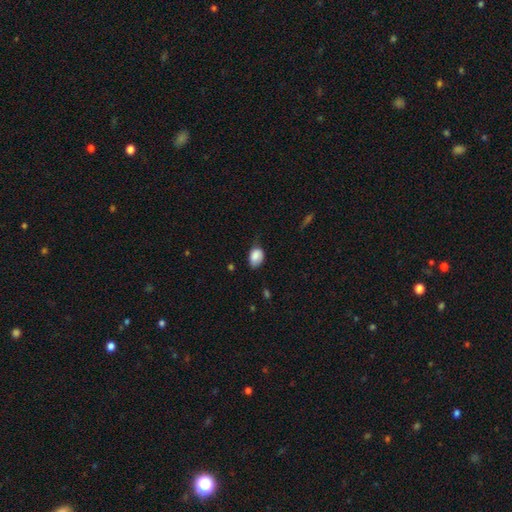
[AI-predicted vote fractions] Morphology: type=smooth (83%); roundness=in between (81%); merging=none (53%).